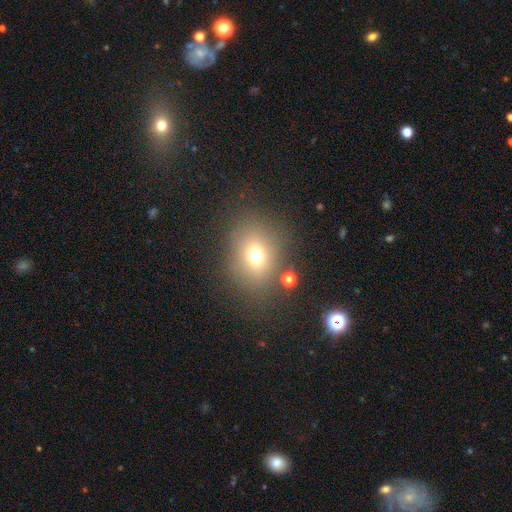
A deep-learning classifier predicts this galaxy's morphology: Smooth or featured: smooth — 69% (star or artifact — 18%)
How rounded: round — 54% (in between — 45%)
Merging: none — 77% (minor disturbance — 11%)